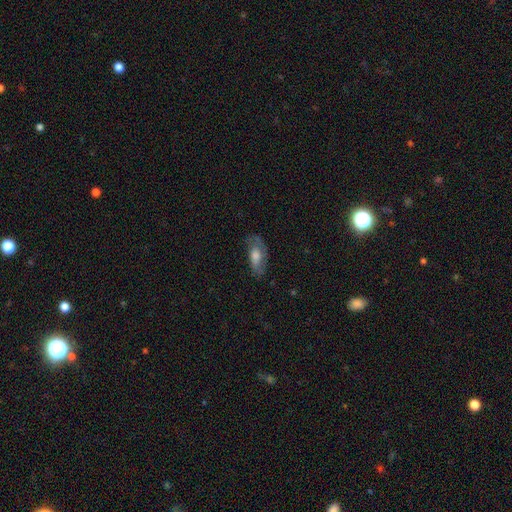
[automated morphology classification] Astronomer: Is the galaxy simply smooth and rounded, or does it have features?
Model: featured or disk — 48% (runner-up: smooth, 44%).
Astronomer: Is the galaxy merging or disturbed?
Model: none — 64%.